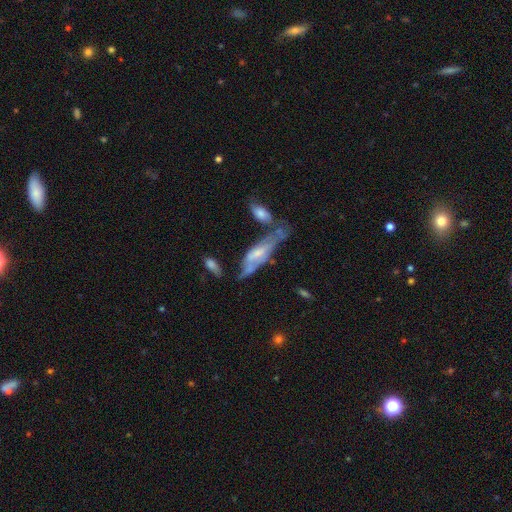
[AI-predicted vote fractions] The model was most divided on "merging": none: 31%, merger: 24%, minor disturbance: 24%, major disturbance: 21%. More confident: edge-on disk — no (60%); smooth or featured — featured or disk (57%).